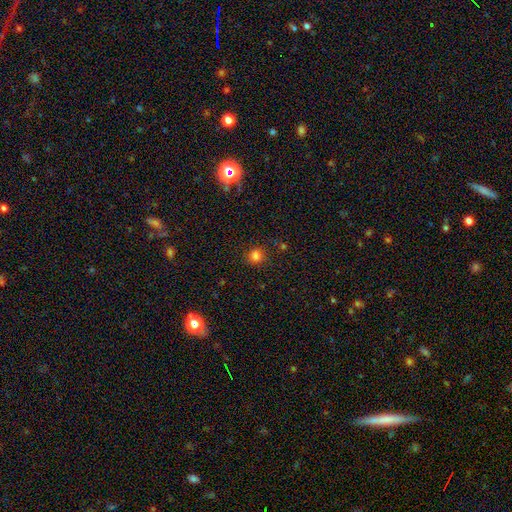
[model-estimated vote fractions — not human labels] This appears to be a smooth galaxy with no disk features (79%) that is round (83%). Merging: none (82%).